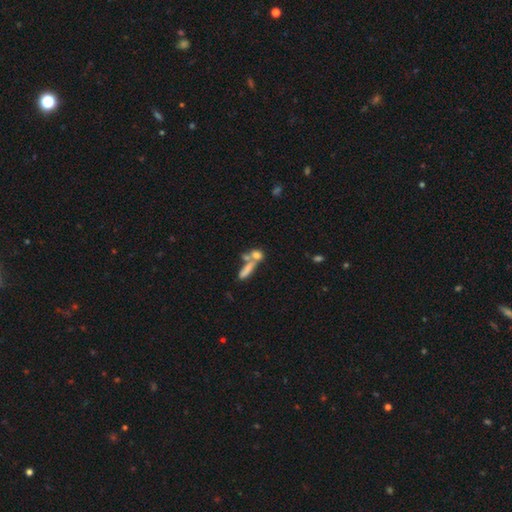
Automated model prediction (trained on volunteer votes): smooth 70%, featured or disk 19%, star or artifact 11%. Down the decision tree: how rounded — in between (49%); merging — merger (51%).